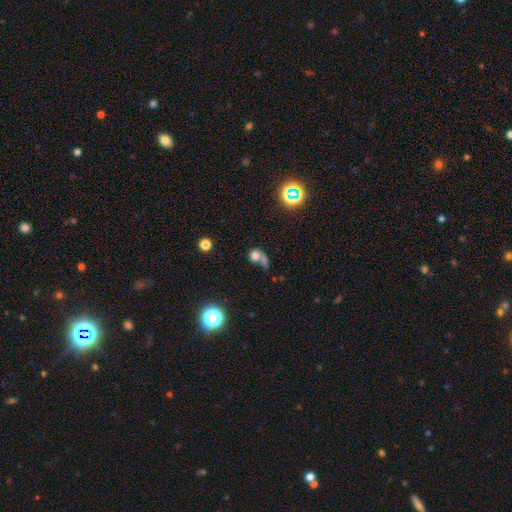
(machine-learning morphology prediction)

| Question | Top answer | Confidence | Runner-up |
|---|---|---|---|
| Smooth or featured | smooth | 67% | star or artifact (18%) |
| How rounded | round | 70% | in between (28%) |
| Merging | merger | 48% | none (31%) |